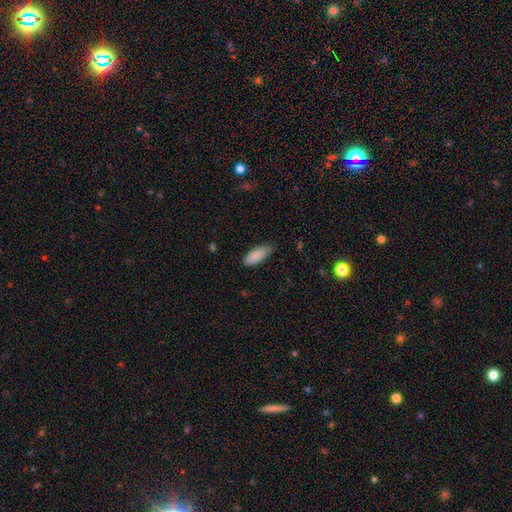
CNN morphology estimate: Smooth or featured: smooth — 89% (star or artifact — 6%)
How rounded: in between — 79% (cigar-shaped — 20%)
Merging: none — 69% (minor disturbance — 27%)